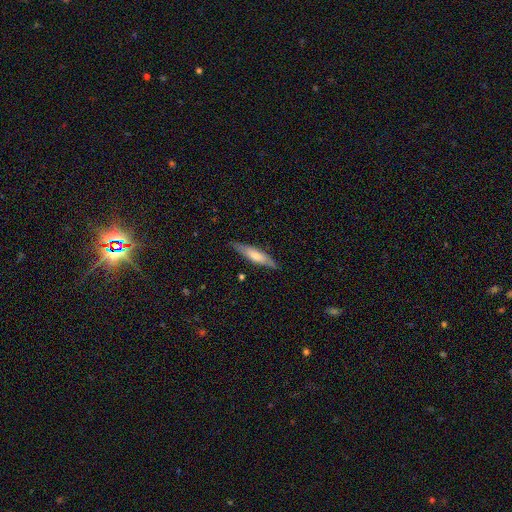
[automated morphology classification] Smooth or featured? smooth (53%)
How rounded? cigar-shaped (79%)
Merging? none (83%)